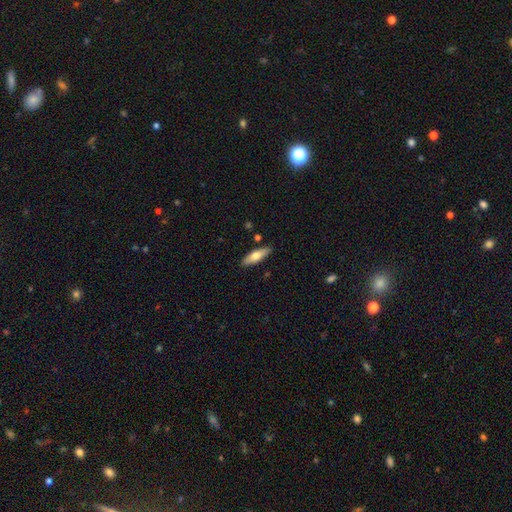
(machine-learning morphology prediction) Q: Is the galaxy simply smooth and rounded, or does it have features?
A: smooth — 64%.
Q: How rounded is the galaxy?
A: in between — 49%.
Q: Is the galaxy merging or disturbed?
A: none — 87%.